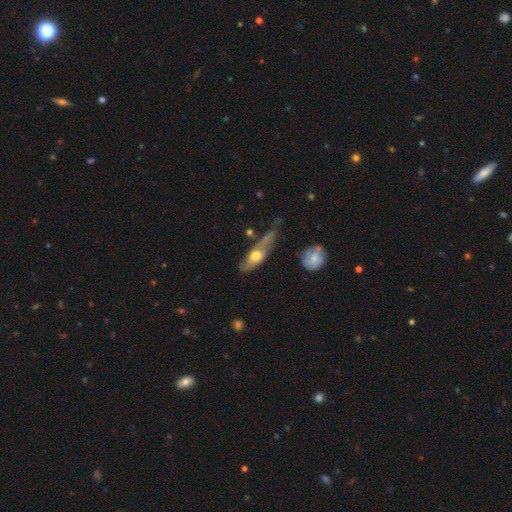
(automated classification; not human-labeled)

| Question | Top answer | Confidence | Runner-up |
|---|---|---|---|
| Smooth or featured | smooth | 47% | tied: featured or disk (47%) |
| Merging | none | 36% | minor disturbance (31%) |